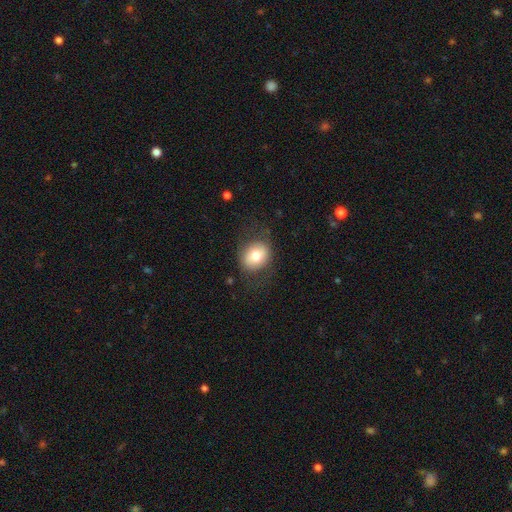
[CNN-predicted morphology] Smooth or featured? Predicted: smooth (p=0.74). How rounded? Predicted: round (p=0.58). Merging? Predicted: none (p=0.75).